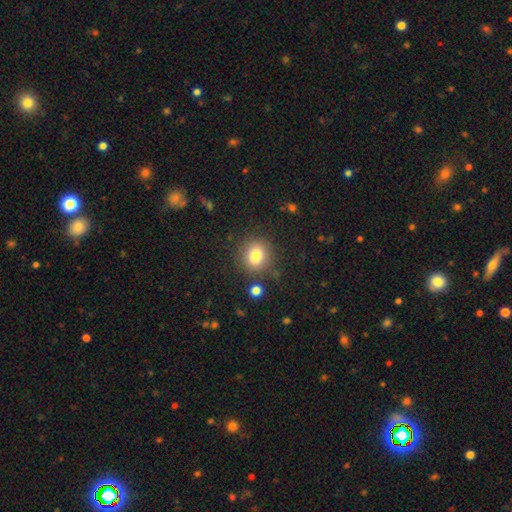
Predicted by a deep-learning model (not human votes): This appears to be a smooth galaxy with no disk features (80%) that is round (85%). Merging: none (83%).